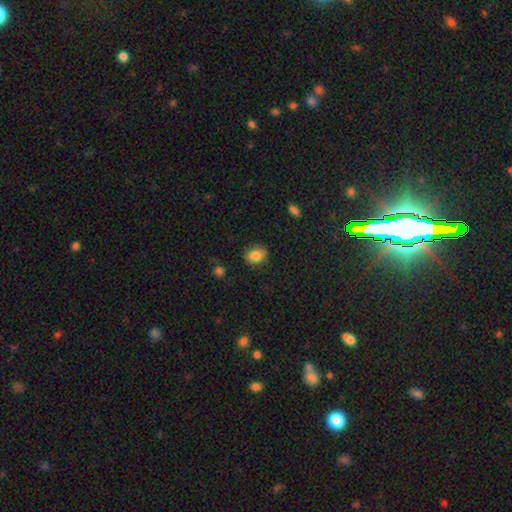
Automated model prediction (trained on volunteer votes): Morphology: type=smooth (84%); roundness=in between (50%); merging=none (82%).